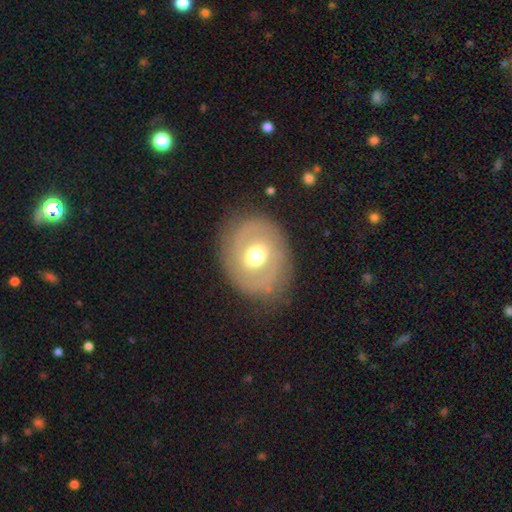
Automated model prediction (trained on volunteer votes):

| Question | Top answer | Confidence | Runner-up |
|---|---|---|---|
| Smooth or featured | featured or disk | 63% | smooth (28%) |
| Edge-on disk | no | 95% | yes (5%) |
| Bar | no | 54% | weak (34%) |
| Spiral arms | yes | 60% | no (40%) |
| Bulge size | moderate | 75% | large (15%) |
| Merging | none | 81% | minor disturbance (13%) |